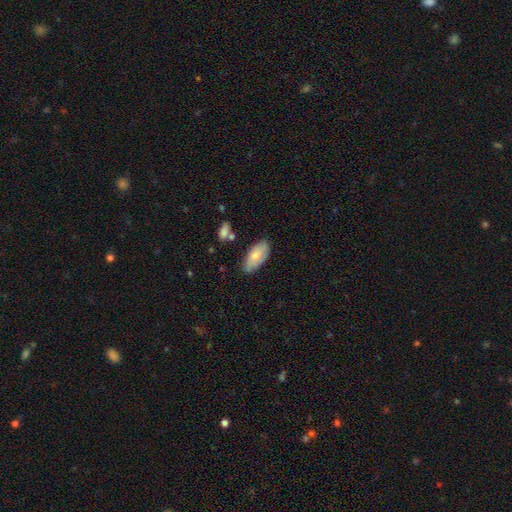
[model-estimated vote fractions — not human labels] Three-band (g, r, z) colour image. It shows a smooth galaxy with no disk features (73%) that is in between round and cigar-shaped (91%). Merging: none (73%).